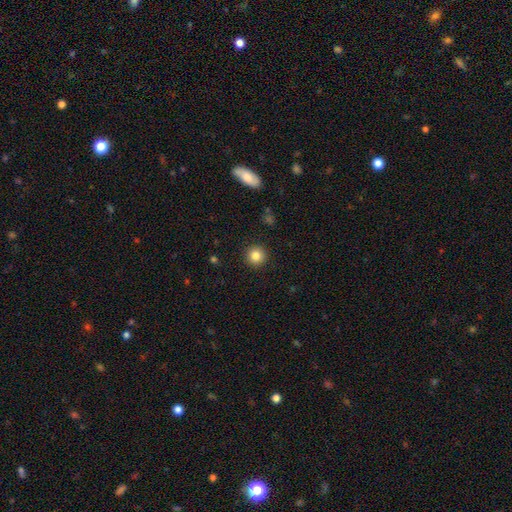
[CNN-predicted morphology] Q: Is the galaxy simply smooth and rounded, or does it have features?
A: smooth — 84%.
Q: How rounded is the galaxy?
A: round — 96%.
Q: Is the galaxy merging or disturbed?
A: none — 93%.